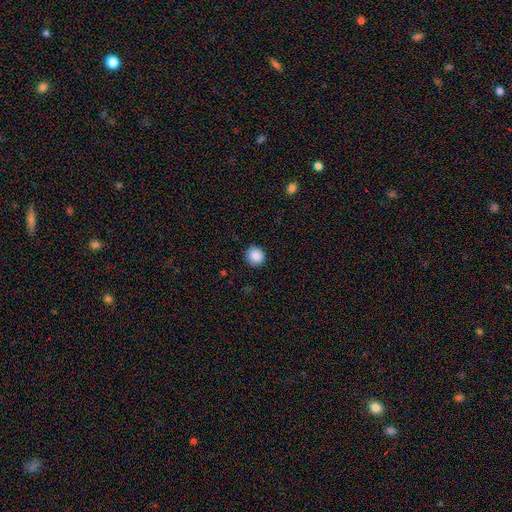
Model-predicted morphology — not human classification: Overall: smooth (88%). How rounded: round (92%). Merging: none (91%).